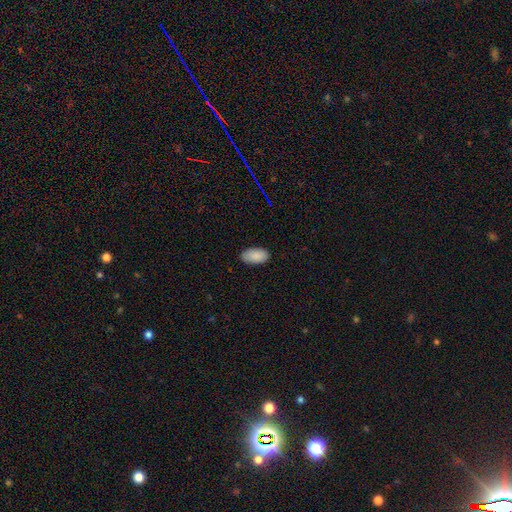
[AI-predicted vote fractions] Smooth or featured?
  - smooth: 90% *
  - star or artifact: 6%
  - featured or disk: 4%
How rounded?
  - in between: 95% *
  - cigar-shaped: 3%
  - round: 2%
Merging?
  - none: 87% *
  - minor disturbance: 10%
  - major disturbance: 2%
  - merger: 1%